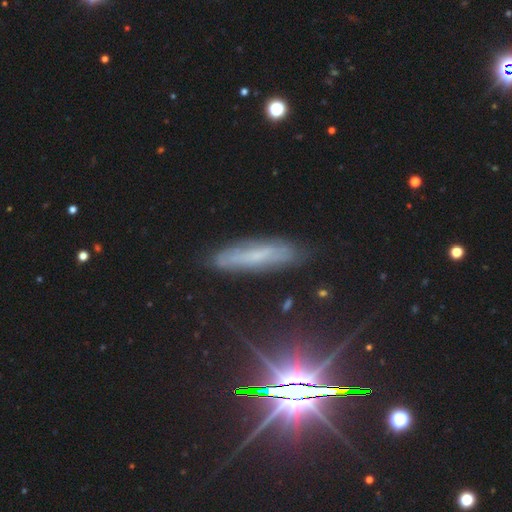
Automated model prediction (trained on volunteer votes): Smooth or featured: smooth — 40% (featured or disk — 39%)
Merging: none — 78% (minor disturbance — 16%)